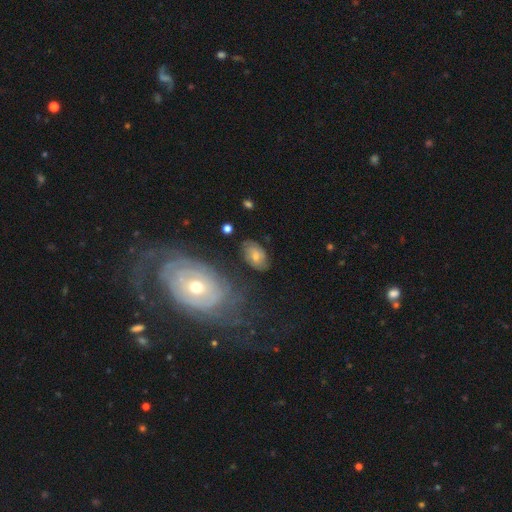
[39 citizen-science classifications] featured or disk 62%, smooth 31%, star or artifact 8%. Down the decision tree: edge-on disk — no (100%); bar — no (71%); spiral arms — yes (79%); spiral arm count — 2 (58%); spiral winding — tight (42%, tied with medium); bulge size — moderate (83%); merging — none (58%).